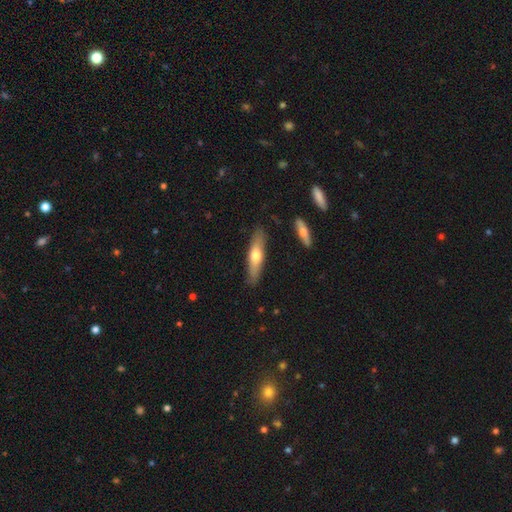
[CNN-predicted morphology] A smooth galaxy with no disk features (56%) that is cigar-shaped (75%). Merging: none (85%).